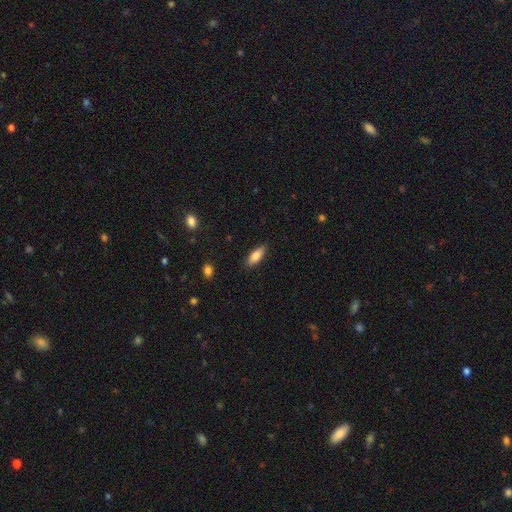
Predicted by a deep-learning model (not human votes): This is clearly a smooth galaxy (83%). How rounded: likely in between (71%). Merging: clearly none (86%).